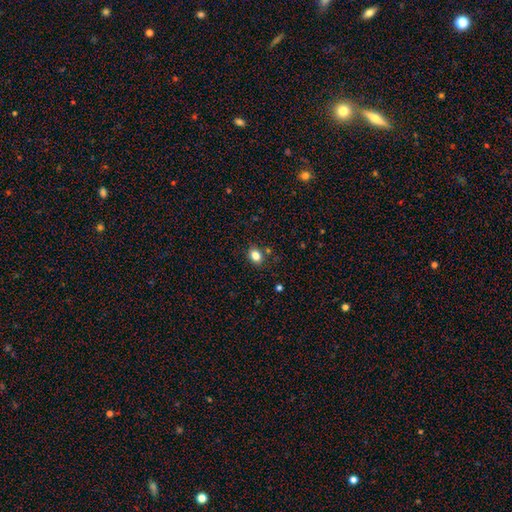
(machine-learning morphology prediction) type=smooth (82%); roundness=in between (60%); merging=none (83%).